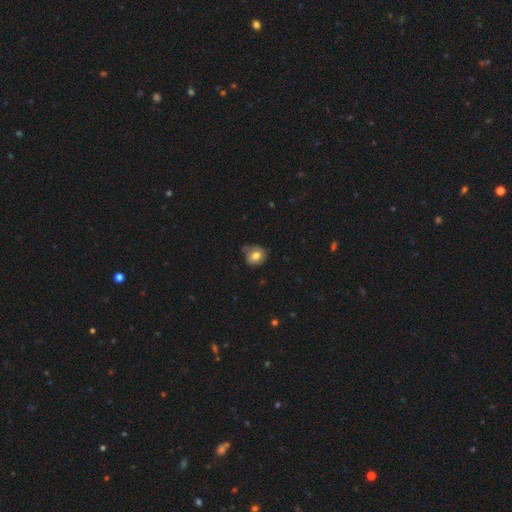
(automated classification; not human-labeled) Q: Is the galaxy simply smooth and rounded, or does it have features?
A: smooth — 73%.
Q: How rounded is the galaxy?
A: round — 74%.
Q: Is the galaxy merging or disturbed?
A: none — 60%.